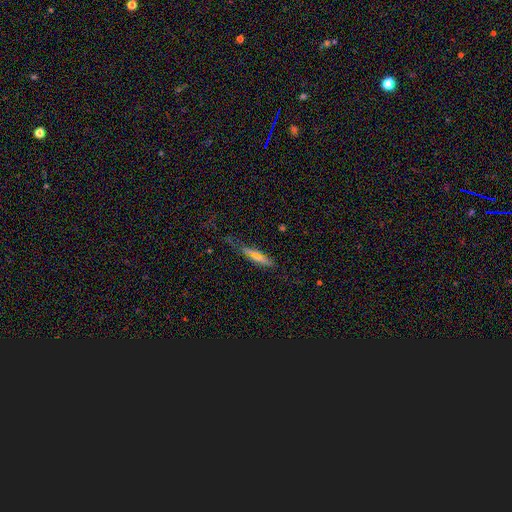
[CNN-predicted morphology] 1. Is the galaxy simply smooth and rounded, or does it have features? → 59% smooth, 24% featured or disk, 17% star or artifact.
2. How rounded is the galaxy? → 70% cigar-shaped, 25% in between, 5% round.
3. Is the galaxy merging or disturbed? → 66% none, 22% minor disturbance, 8% major disturbance, 4% merger.